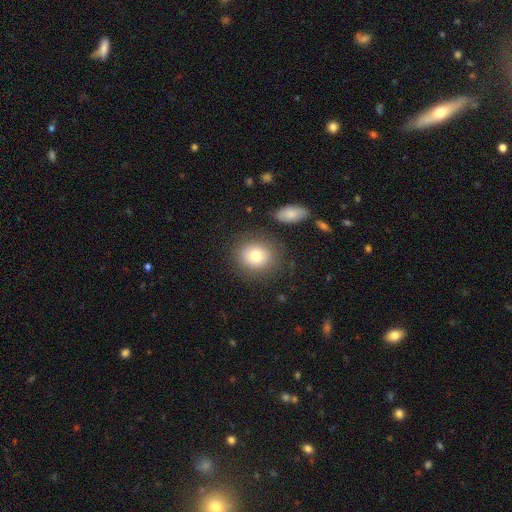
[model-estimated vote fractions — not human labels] smooth-or-featured: smooth: 77% | featured or disk: 14% | star or artifact: 10%
  how-rounded: round: 78% | in between: 21% | cigar-shaped: 1%
  merging: none: 81% | minor disturbance: 11% | major disturbance: 4% | merger: 4%